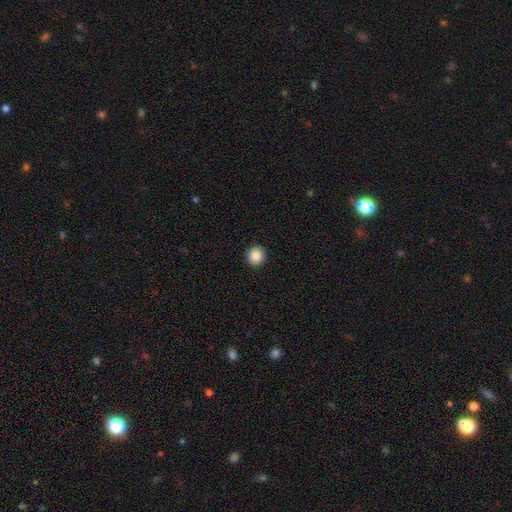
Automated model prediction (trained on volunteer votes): A smooth galaxy with no disk features (88%) that is round (93%).

Vote fractions:
- Smooth or featured? smooth: 88% / star or artifact: 9% / featured or disk: 3%
- How rounded? round: 93% / in between: 6% / cigar-shaped: 1%
- Merging? none: 93% / minor disturbance: 5% / major disturbance: 2% / merger: 1%